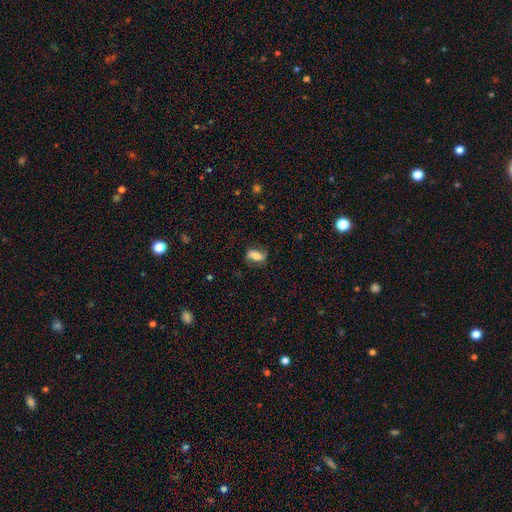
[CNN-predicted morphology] Smooth or featured?
  - smooth: 59% *
  - featured or disk: 33%
  - star or artifact: 8%
How rounded?
  - in between: 79% *
  - cigar-shaped: 13%
  - round: 7%
Merging?
  - none: 70% *
  - minor disturbance: 20%
  - major disturbance: 8%
  - merger: 1%